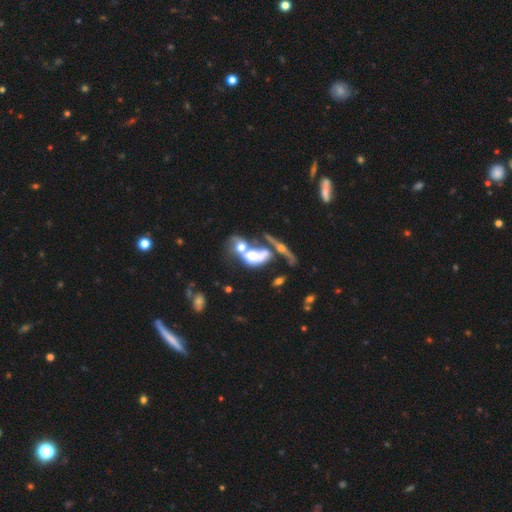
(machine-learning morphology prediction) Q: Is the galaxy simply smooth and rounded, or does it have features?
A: featured or disk — 57%.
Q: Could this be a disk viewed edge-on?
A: no — 89%.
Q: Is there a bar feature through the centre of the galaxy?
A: no — 76%.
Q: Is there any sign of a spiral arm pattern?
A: no — 54%.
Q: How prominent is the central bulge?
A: moderate — 44%.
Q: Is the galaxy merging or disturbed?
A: merger — 75%.